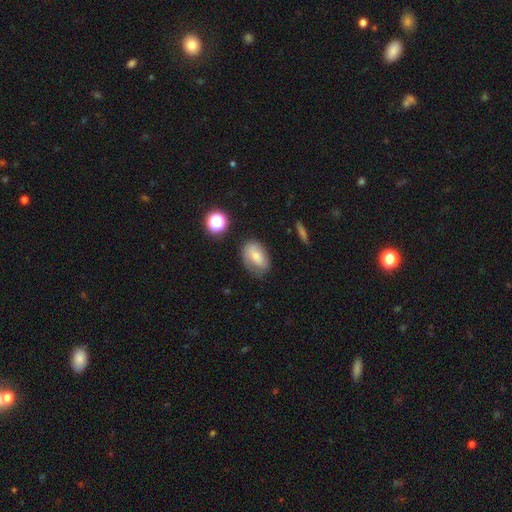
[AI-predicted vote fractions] Smooth or featured? smooth (62%)
How rounded? in between (84%)
Merging? none (61%)